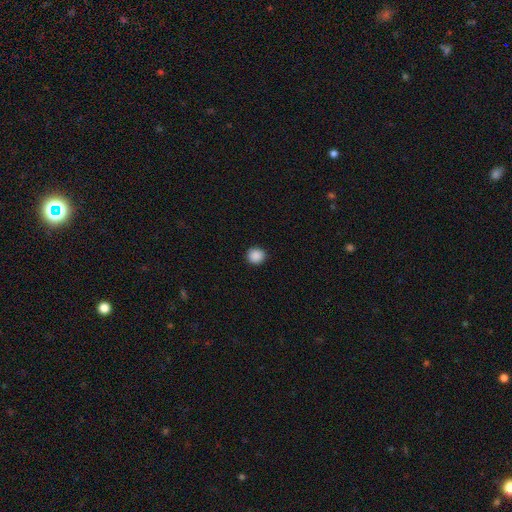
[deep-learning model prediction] smooth_or_featured: smooth (p=0.89) [alt: star or artifact p=0.09]
how_rounded: round (p=0.88) [alt: in between p=0.11]
merging: none (p=0.91) [alt: minor disturbance p=0.06]